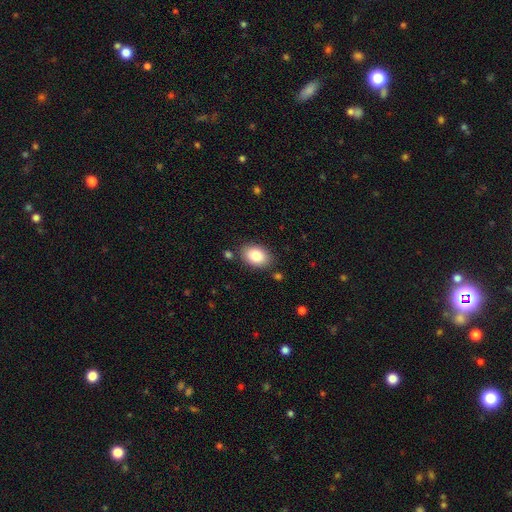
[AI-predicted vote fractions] The model was most divided on "how rounded": in between: 82%, round: 17%, cigar-shaped: 1%. More confident: smooth or featured — smooth (84%); merging — none (83%).